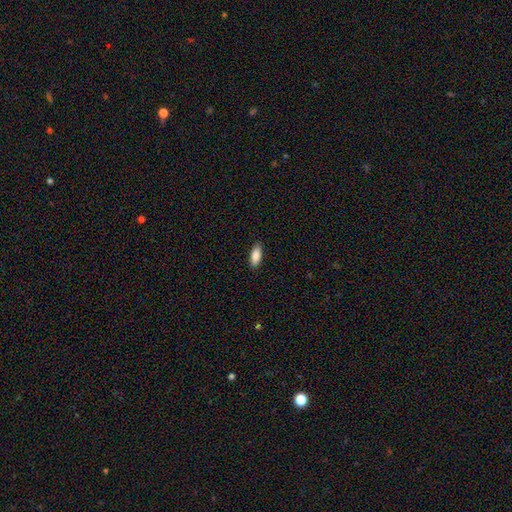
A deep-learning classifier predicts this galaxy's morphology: Smooth or featured: smooth — 88% (star or artifact — 6%)
How rounded: in between — 80% (cigar-shaped — 18%)
Merging: none — 89% (minor disturbance — 8%)